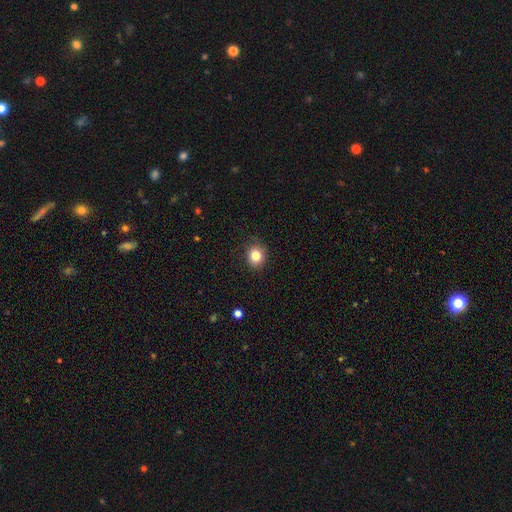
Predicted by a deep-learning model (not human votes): smooth_or_featured: smooth (p=0.82) [alt: star or artifact p=0.11]
how_rounded: round (p=0.75) [alt: in between p=0.25]
merging: none (p=0.87) [alt: minor disturbance p=0.10]